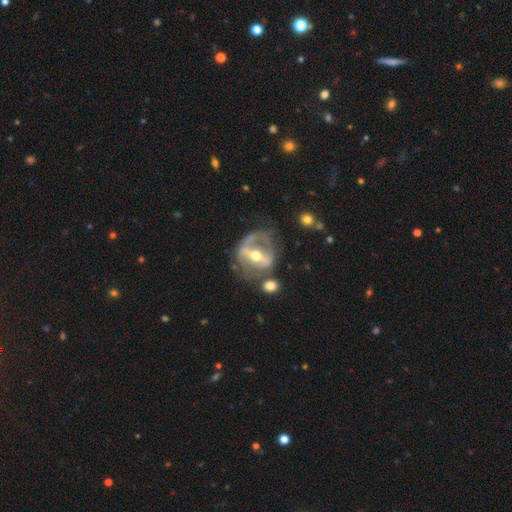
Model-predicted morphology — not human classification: smooth-or-featured: featured or disk: 80% | smooth: 13% | star or artifact: 6%
  disk-edge-on: no: 92% | yes: 8%
    bar: strong: 68% | weak: 21% | no: 12%
    has-spiral-arms: yes: 55% | no: 45%
    bulge-size: moderate: 69% | small: 25% | large: 4% | none: 1% | dominant: 1%
  merging: none: 53% | minor disturbance: 20% | major disturbance: 18% | merger: 9%